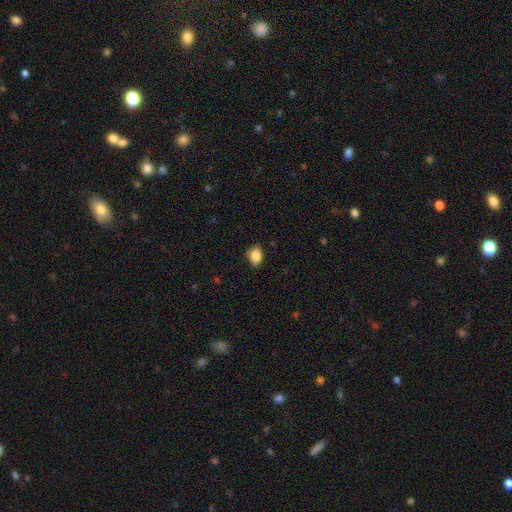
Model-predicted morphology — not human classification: smooth_or_featured: smooth (p=0.85) [alt: star or artifact p=0.08]
how_rounded: in between (p=0.78) [alt: round p=0.20]
merging: none (p=0.74) [alt: minor disturbance p=0.21]